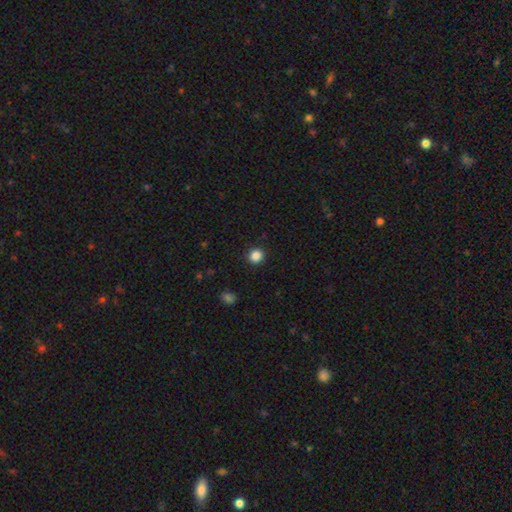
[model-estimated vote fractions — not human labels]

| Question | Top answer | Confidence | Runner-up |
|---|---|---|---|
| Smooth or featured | smooth | 85% | star or artifact (11%) |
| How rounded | round | 90% | in between (9%) |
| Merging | none | 92% | minor disturbance (5%) |